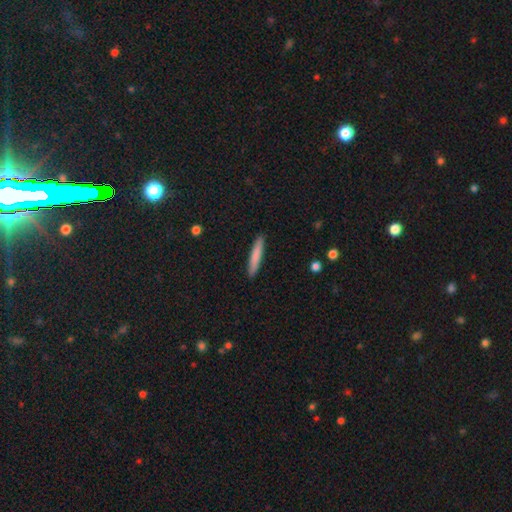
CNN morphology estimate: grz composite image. It shows a smooth galaxy with no disk features (79%) that is cigar-shaped (94%). Merging: none (91%).